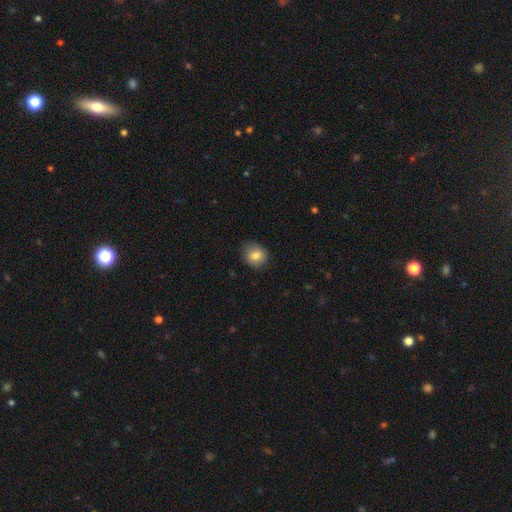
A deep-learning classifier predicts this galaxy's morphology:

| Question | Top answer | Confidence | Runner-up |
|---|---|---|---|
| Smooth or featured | smooth | 81% | featured or disk (10%) |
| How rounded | round | 72% | in between (27%) |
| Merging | none | 82% | minor disturbance (14%) |